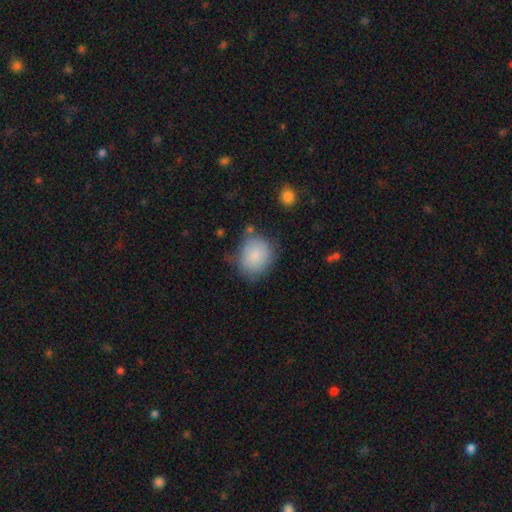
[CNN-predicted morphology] Smooth or featured? smooth (86%)
How rounded? round (62%)
Merging? none (64%)